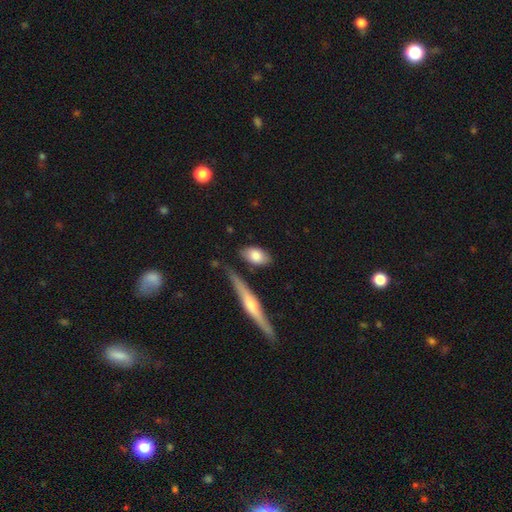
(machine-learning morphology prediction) This is likely a smooth galaxy (79%). How rounded: clearly in between (86%). Merging: likely none (73%).